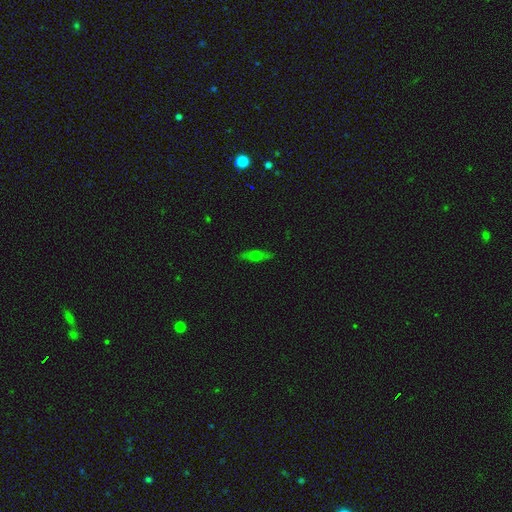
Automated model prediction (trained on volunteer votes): featured or disk 51%, smooth 39%, star or artifact 9%. Down the decision tree: edge-on disk — yes (85%); merging — none (86%).